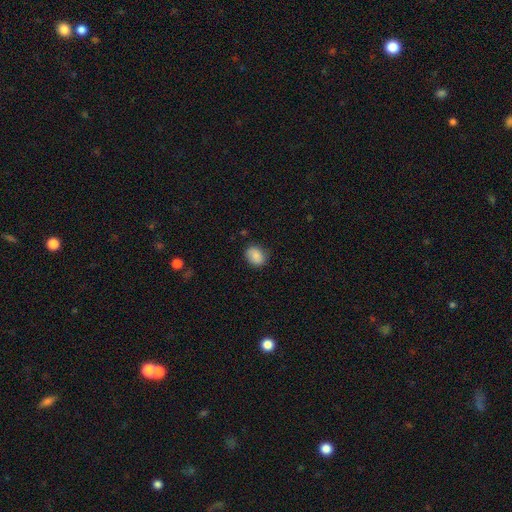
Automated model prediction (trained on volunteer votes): Smooth or featured?
  - smooth: 84% *
  - featured or disk: 8%
  - star or artifact: 8%
How rounded?
  - in between: 53% *
  - round: 46%
  - cigar-shaped: 1%
Merging?
  - none: 76% *
  - minor disturbance: 19%
  - major disturbance: 4%
  - merger: 1%